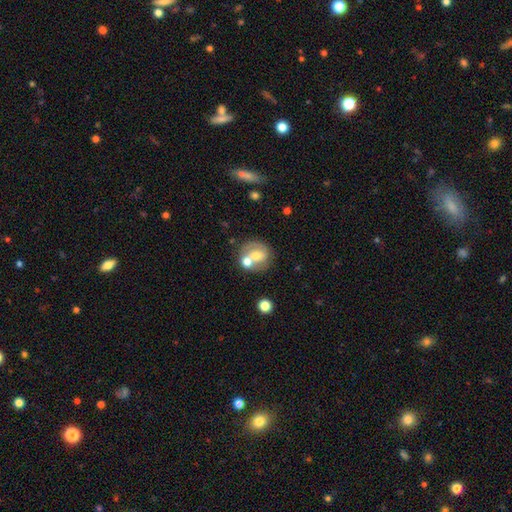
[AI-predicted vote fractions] Overall: smooth (50%; featured or disk 42%). Merging: none (46%; merger 33%).